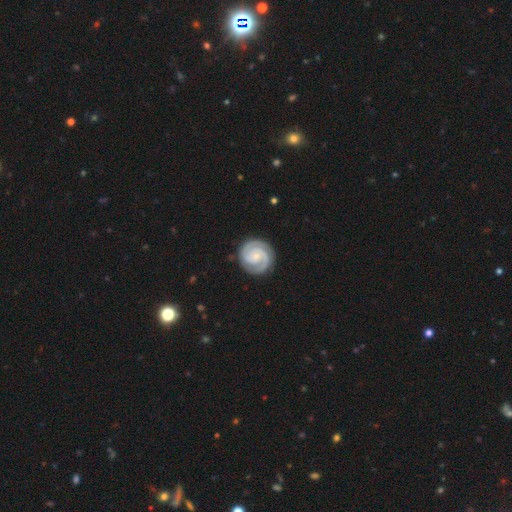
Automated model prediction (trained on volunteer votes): Q: Smooth or featured?
A: featured or disk (88%); runner-up: smooth (7%)
Q: Edge-on disk?
A: no (98%); runner-up: yes (2%)
Q: Bar?
A: no (59%); runner-up: weak (33%)
Q: Spiral arms?
A: yes (98%); runner-up: no (2%)
Q: Spiral winding?
A: tight (68%); runner-up: medium (28%)
Q: Spiral arm count?
A: 2 (85%); runner-up: 3 (6%)
Q: Bulge size?
A: small (70%); runner-up: moderate (20%)
Q: Merging?
A: none (86%); runner-up: minor disturbance (10%)